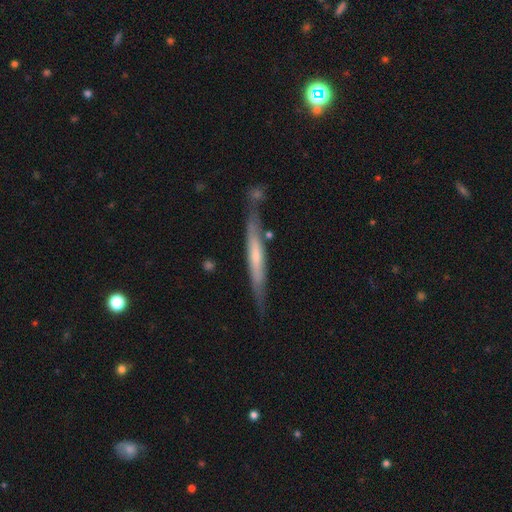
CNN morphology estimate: smooth-or-featured: featured or disk: 58% | smooth: 36% | star or artifact: 6%
  disk-edge-on: yes: 90% | no: 10%
    edge-on-bulge: none: 57% | rounded: 33% | boxy: 10%
  merging: none: 72% | minor disturbance: 17% | merger: 7% | major disturbance: 4%